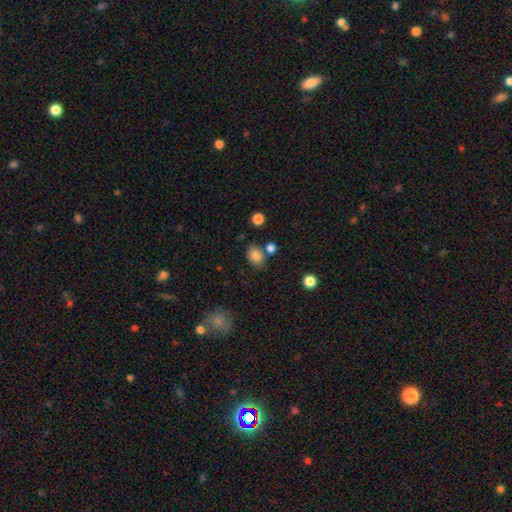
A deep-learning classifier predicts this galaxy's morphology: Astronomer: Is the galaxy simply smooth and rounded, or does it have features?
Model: smooth — 83%.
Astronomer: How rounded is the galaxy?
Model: in between — 64%.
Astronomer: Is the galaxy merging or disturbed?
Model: none — 72%.